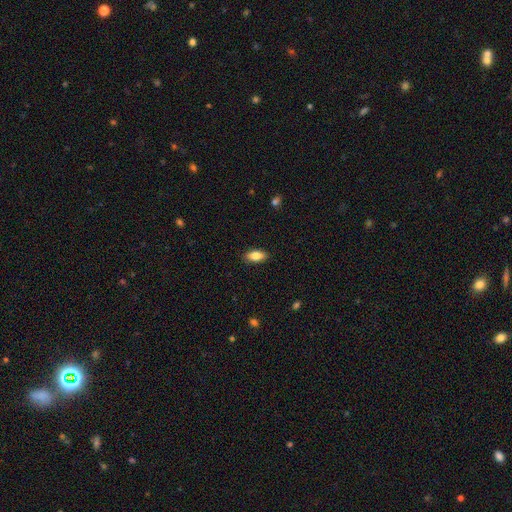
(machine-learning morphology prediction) A smooth galaxy with no disk features (85%) that is in between round and cigar-shaped (88%).

Vote fractions:
- Smooth or featured? smooth: 85% / featured or disk: 8% / star or artifact: 7%
- How rounded? in between: 88% / cigar-shaped: 9% / round: 3%
- Merging? none: 88% / minor disturbance: 9% / major disturbance: 2% / merger: 1%